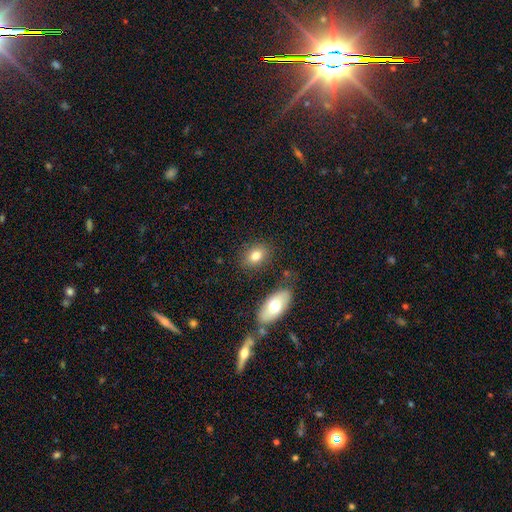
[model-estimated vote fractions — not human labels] Overall: smooth (78%). How rounded: in between (74%). Merging: none (79%).